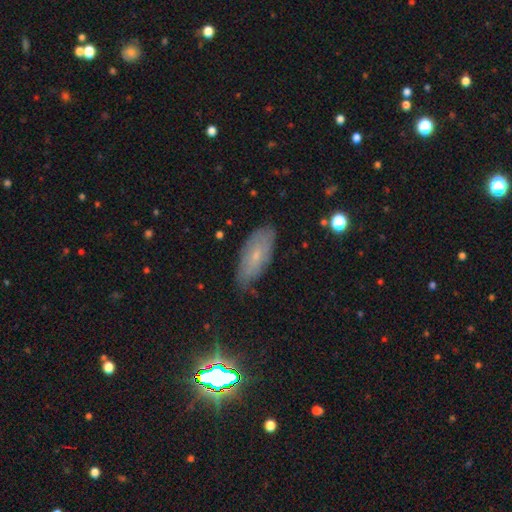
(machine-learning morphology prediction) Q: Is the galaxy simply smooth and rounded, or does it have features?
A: smooth — 48%.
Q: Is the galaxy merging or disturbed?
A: none — 75%.